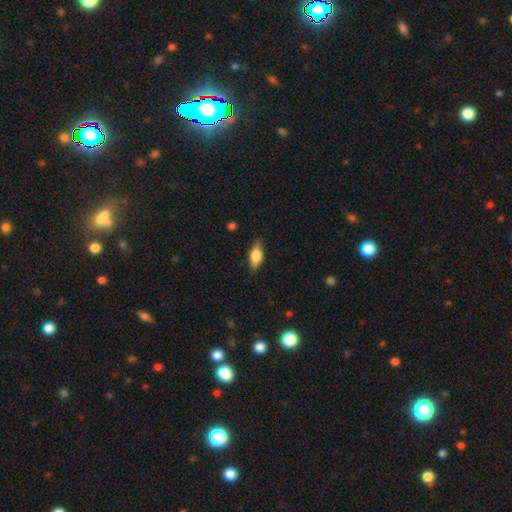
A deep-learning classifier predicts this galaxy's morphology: Overall: smooth (68%). How rounded: in between (80%). Merging: none (82%).